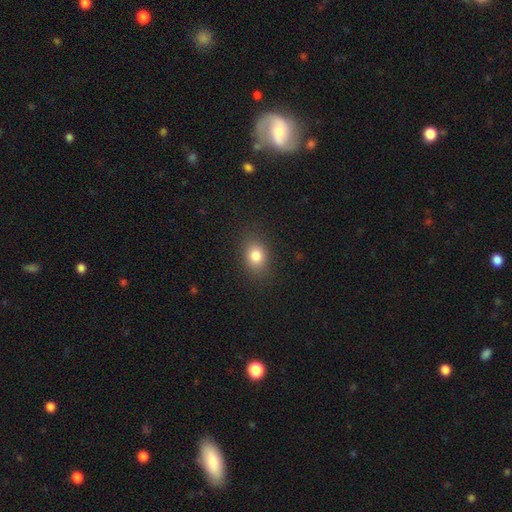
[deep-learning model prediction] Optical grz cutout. It shows a smooth galaxy with no disk features (81%) that is in between round and cigar-shaped (59%). Merging: none (85%).